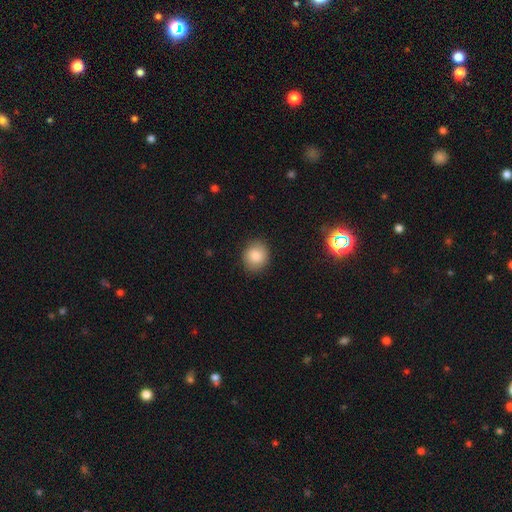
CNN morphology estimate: type=smooth (85%); roundness=round (75%); merging=none (88%).